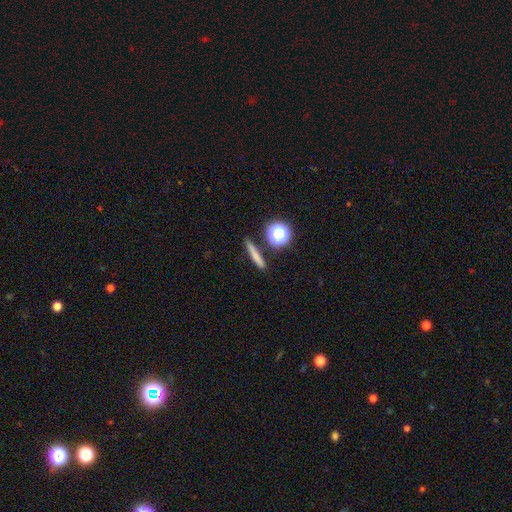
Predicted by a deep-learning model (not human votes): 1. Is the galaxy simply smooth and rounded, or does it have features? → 71% smooth, 16% featured or disk, 13% star or artifact.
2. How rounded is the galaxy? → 77% cigar-shaped, 15% round, 8% in between.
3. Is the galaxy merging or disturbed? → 86% none, 8% minor disturbance, 3% merger, 2% major disturbance.